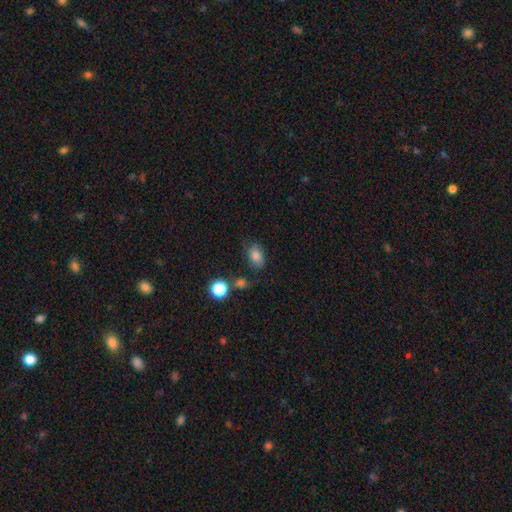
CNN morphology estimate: Smooth or featured?
  - smooth: 80% *
  - star or artifact: 11%
  - featured or disk: 10%
How rounded?
  - in between: 82% *
  - round: 16%
  - cigar-shaped: 1%
Merging?
  - none: 68% *
  - minor disturbance: 20%
  - major disturbance: 7%
  - merger: 5%